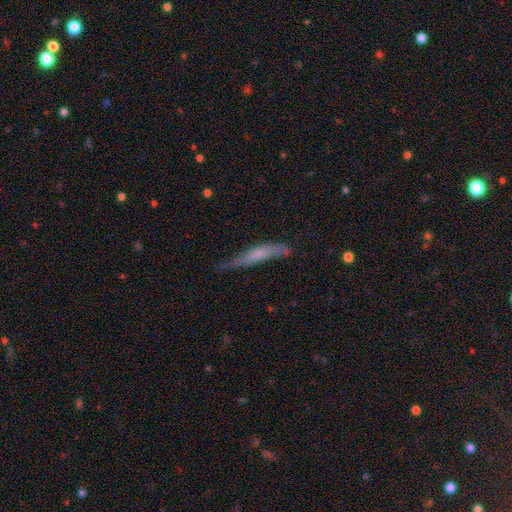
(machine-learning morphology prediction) Smooth or featured? Predicted: featured or disk (p=0.45, tied with smooth). Merging? Predicted: none (p=0.55).